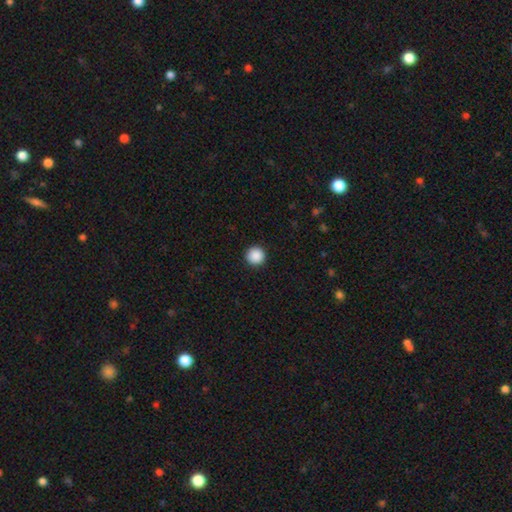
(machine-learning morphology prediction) smooth 89%, star or artifact 9%, featured or disk 2%. Down the decision tree: how rounded — round (96%); merging — none (93%).